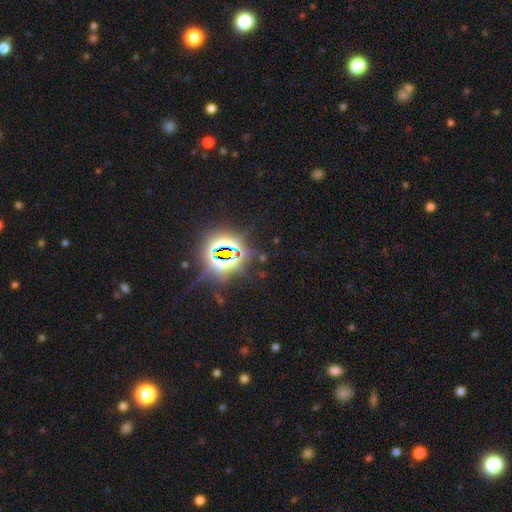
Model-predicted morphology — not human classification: The model was most divided on "smooth or featured": star or artifact: 83%, smooth: 9%, featured or disk: 8%.